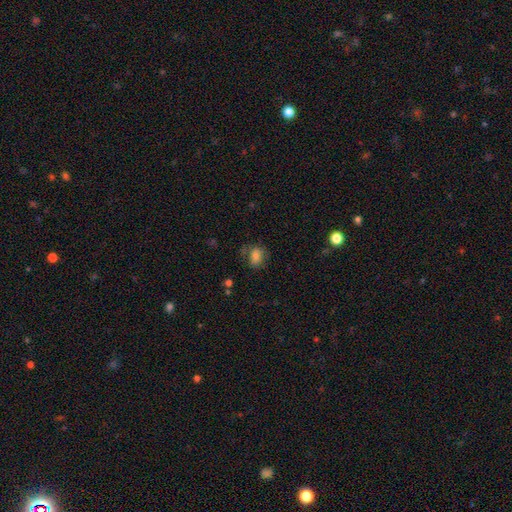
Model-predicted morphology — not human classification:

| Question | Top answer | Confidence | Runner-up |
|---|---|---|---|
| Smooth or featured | smooth | 76% | featured or disk (13%) |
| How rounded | in between | 70% | round (29%) |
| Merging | none | 63% | minor disturbance (23%) |